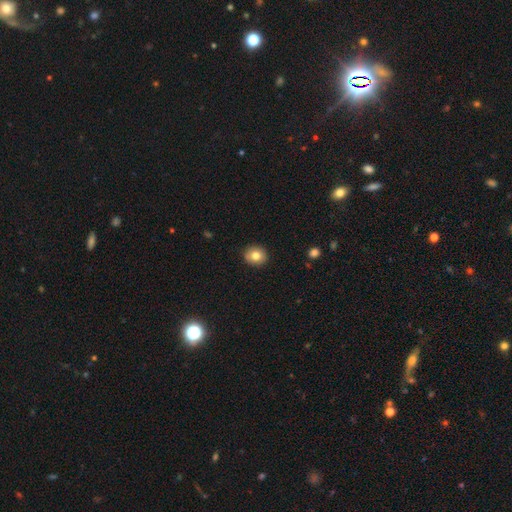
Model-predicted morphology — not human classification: smooth-or-featured: smooth: 79% | featured or disk: 11% | star or artifact: 10%
  how-rounded: round: 81% | in between: 18% | cigar-shaped: 1%
  merging: none: 91% | minor disturbance: 7% | major disturbance: 2% | merger: 1%